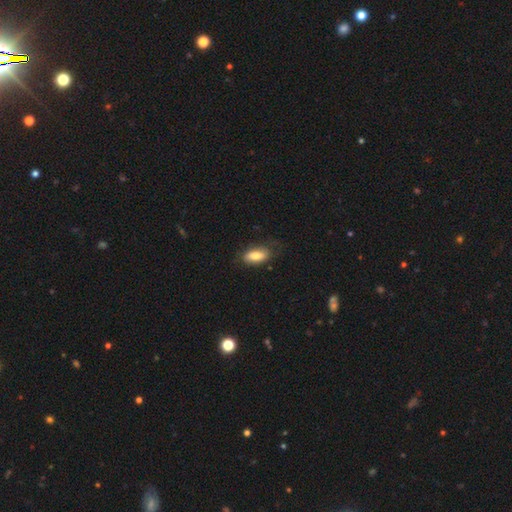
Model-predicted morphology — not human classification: This appears to be a smooth galaxy with no disk features (77%) that is in between round and cigar-shaped (85%). Merging: none (69%).